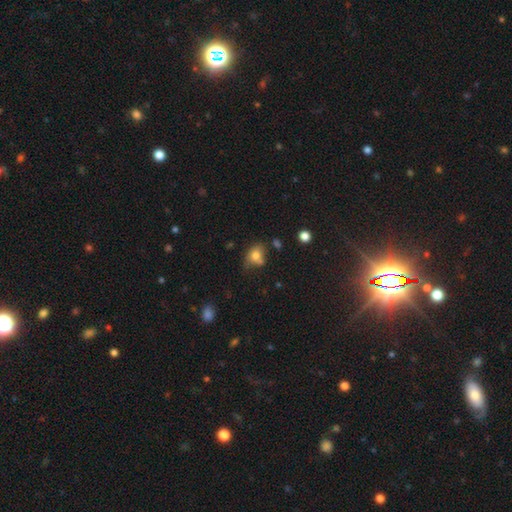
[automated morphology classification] The model was most divided on "merging": none: 49%, minor disturbance: 29%, merger: 12%, major disturbance: 10%. More confident: smooth or featured — smooth (76%); how rounded — in between (61%).